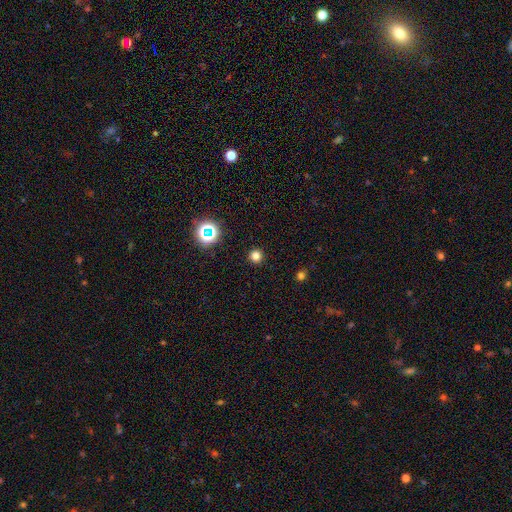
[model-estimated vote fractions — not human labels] Smooth or featured? Predicted: smooth (p=0.77). How rounded? Predicted: round (p=0.95). Merging? Predicted: none (p=0.92).